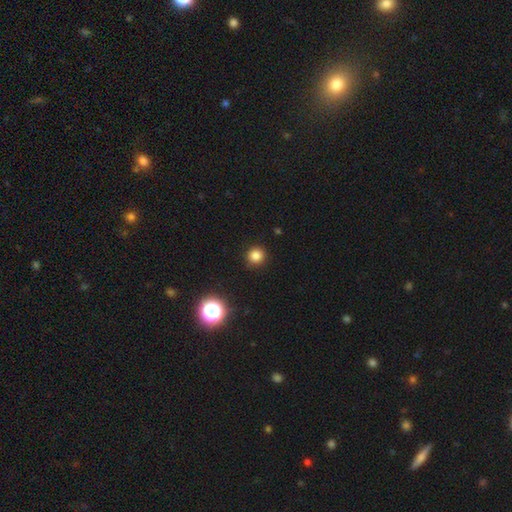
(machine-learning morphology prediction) Overall: smooth (82%). How rounded: round (94%). Merging: none (91%).